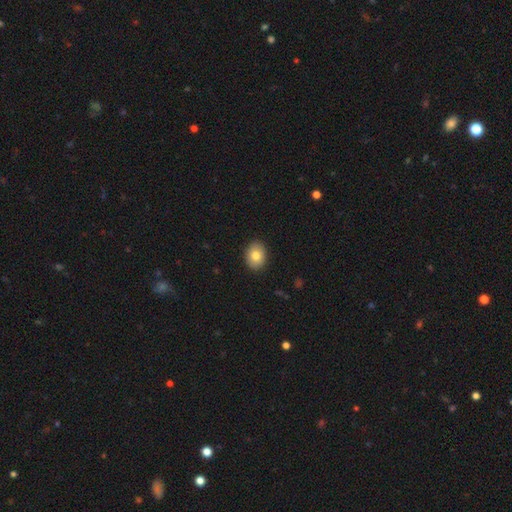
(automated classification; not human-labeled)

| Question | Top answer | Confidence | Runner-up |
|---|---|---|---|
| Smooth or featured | smooth | 81% | featured or disk (11%) |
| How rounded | in between | 62% | round (37%) |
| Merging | none | 90% | minor disturbance (7%) |